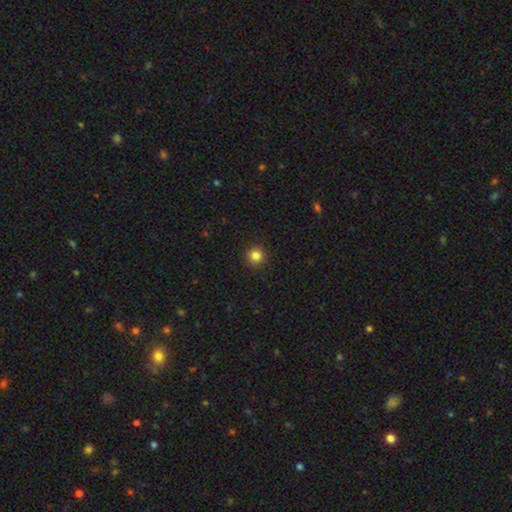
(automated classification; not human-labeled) A smooth galaxy with no disk features (84%) that is round (95%). Merging: none (92%).